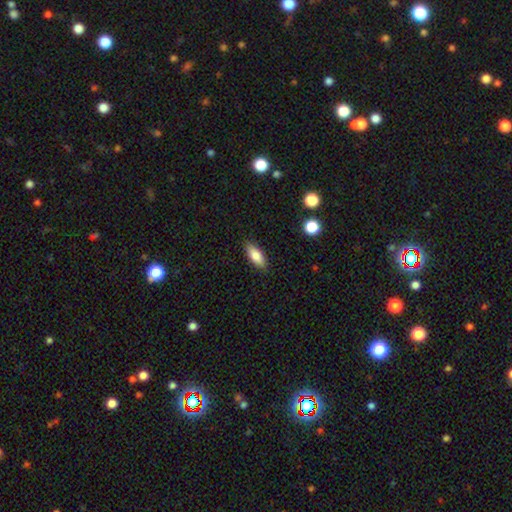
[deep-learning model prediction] The model was most divided on "how rounded": in between: 76%, cigar-shaped: 22%, round: 2%. More confident: merging — none (88%); smooth or featured — smooth (81%).